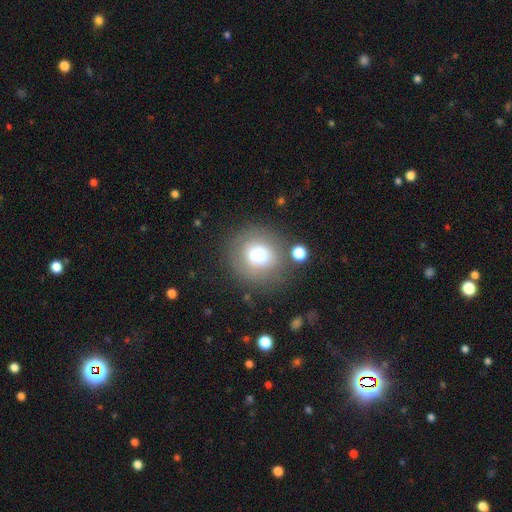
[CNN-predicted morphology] This appears to be a smooth galaxy with no disk features (70%) that is round (81%). Merging: none (66%).